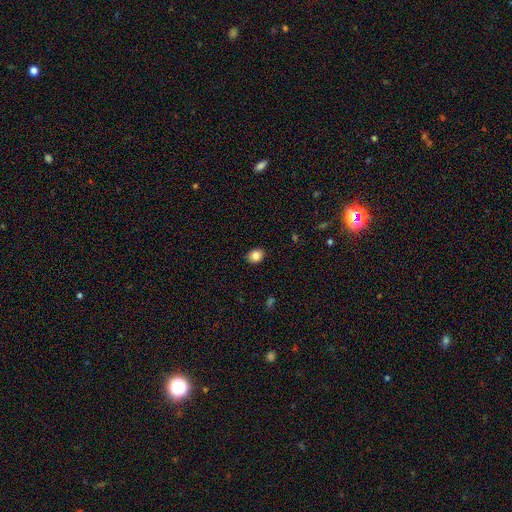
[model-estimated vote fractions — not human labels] A smooth galaxy with no disk features (86%) that is in between round and cigar-shaped (56%). Merging: none (88%).